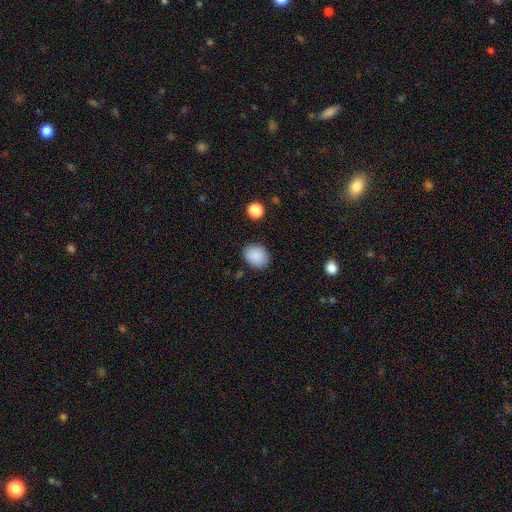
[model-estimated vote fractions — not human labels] A smooth galaxy with no disk features (88%) that is round (50%).

Vote fractions:
- Smooth or featured? smooth: 88% / star or artifact: 8% / featured or disk: 3%
- How rounded? round: 50% / in between: 49% / cigar-shaped: 1%
- Merging? none: 84% / minor disturbance: 11% / major disturbance: 3% / merger: 2%